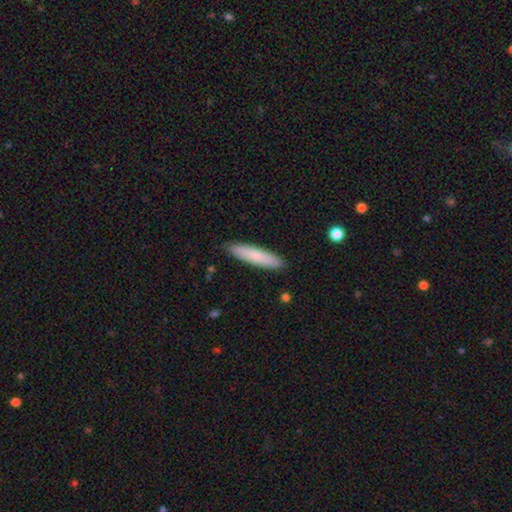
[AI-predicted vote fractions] This appears to be a smooth galaxy with no disk features (80%) that is cigar-shaped (86%). Merging: none (89%).